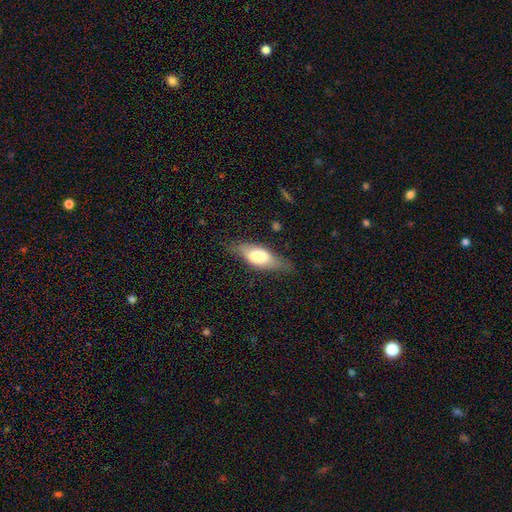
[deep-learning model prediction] A smooth galaxy with no disk features (54%) that is in between round and cigar-shaped (67%).

Vote fractions:
- Smooth or featured? smooth: 54% / featured or disk: 39% / star or artifact: 7%
- How rounded? in between: 67% / cigar-shaped: 29% / round: 3%
- Merging? none: 73% / minor disturbance: 19% / major disturbance: 6% / merger: 1%